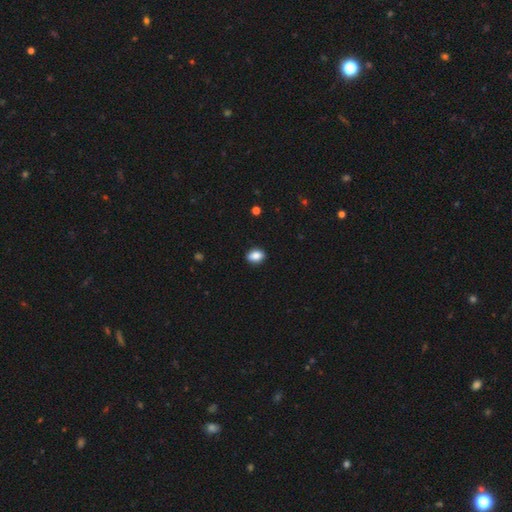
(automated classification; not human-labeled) Smooth or featured: smooth — 87% (star or artifact — 8%)
How rounded: in between — 76% (round — 23%)
Merging: none — 88% (minor disturbance — 9%)